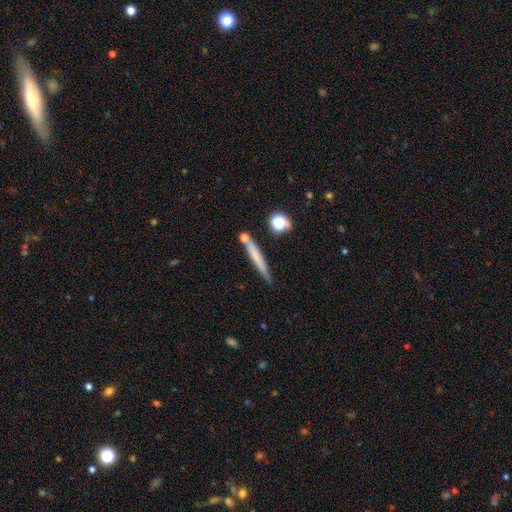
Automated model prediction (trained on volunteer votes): A smooth galaxy with no disk features (62%) that is cigar-shaped (94%).

Vote fractions:
- Smooth or featured? smooth: 62% / featured or disk: 30% / star or artifact: 8%
- How rounded? cigar-shaped: 94% / in between: 4% / round: 2%
- Merging? none: 74% / minor disturbance: 15% / merger: 7% / major disturbance: 4%